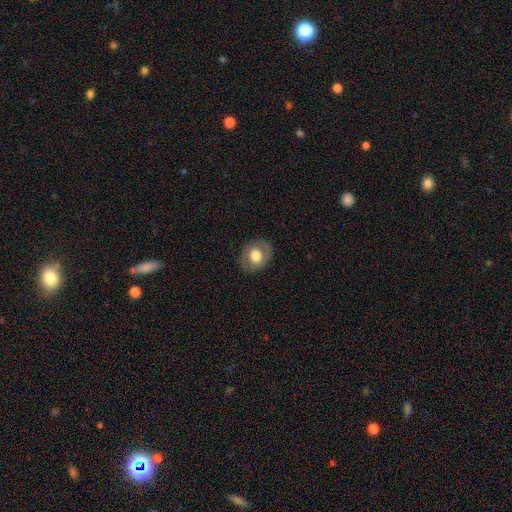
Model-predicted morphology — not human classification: smooth 64%, featured or disk 28%, star or artifact 8%. Down the decision tree: how rounded — round (60%); merging — none (84%).